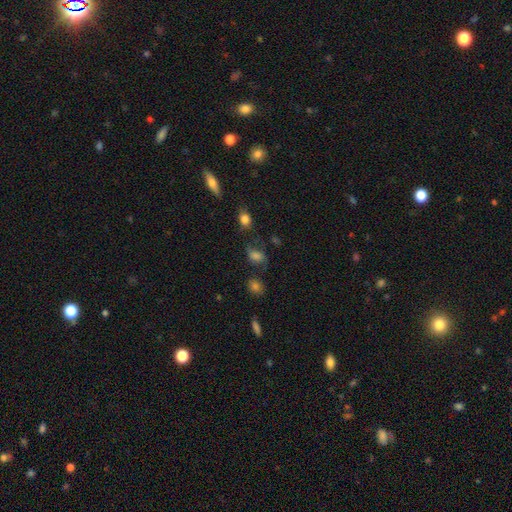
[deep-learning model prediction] Overall: smooth (66%). How rounded: in between (73%). Merging: none (56%; minor disturbance 24%).